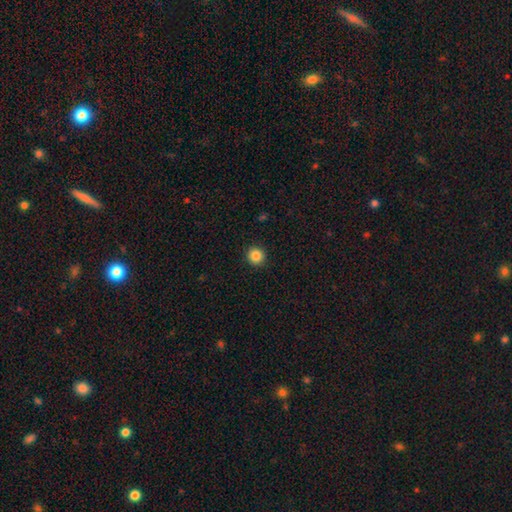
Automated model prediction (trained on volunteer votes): Q: Smooth or featured?
A: smooth (85%); runner-up: star or artifact (10%)
Q: How rounded?
A: round (93%); runner-up: in between (6%)
Q: Merging?
A: none (92%); runner-up: minor disturbance (6%)